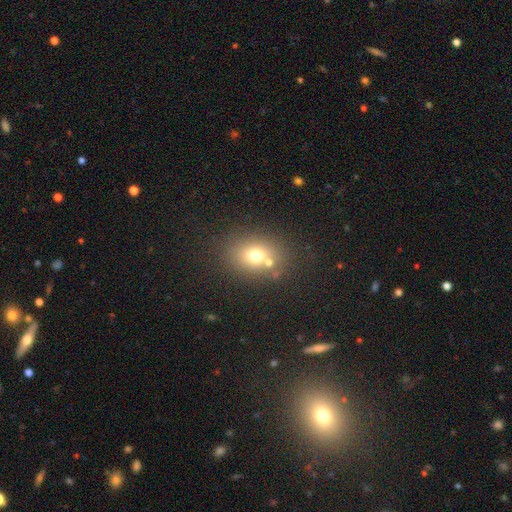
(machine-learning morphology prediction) smooth-or-featured: smooth: 69% | star or artifact: 16% | featured or disk: 15%
  how-rounded: in between: 50% | round: 49% | cigar-shaped: 1%
  merging: none: 68% | merger: 15% | minor disturbance: 11% | major disturbance: 5%